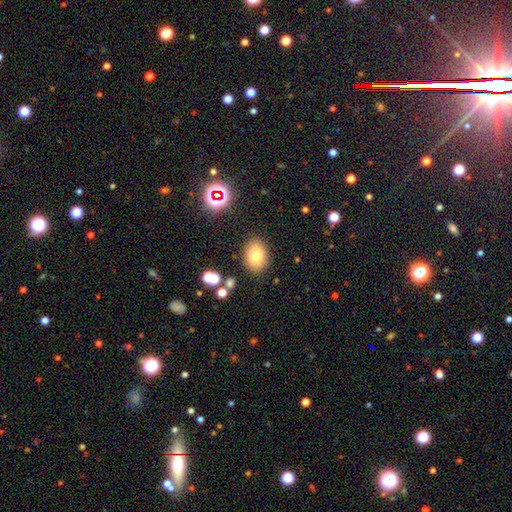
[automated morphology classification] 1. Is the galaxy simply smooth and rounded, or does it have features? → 78% smooth, 12% star or artifact, 10% featured or disk.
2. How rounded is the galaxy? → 75% in between, 24% round, 1% cigar-shaped.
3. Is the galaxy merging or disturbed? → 84% none, 10% minor disturbance, 3% major disturbance, 3% merger.